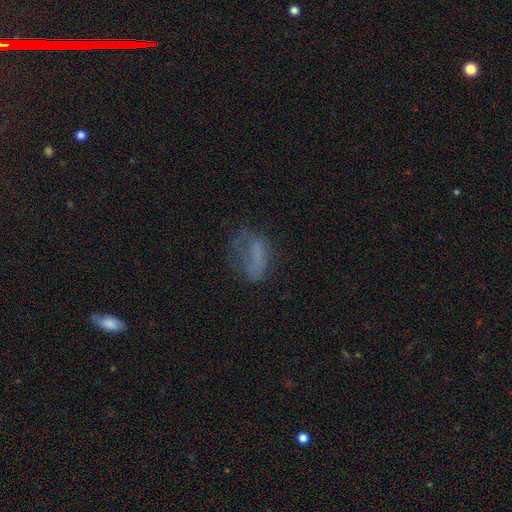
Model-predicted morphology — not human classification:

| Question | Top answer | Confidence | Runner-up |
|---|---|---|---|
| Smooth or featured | smooth | 50% | featured or disk (32%) |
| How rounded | in between | 80% | round (12%) |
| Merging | none | 39% | major disturbance (33%) |